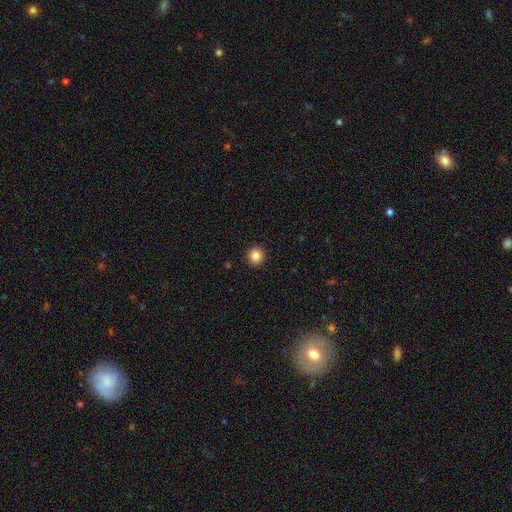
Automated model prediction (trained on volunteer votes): A smooth galaxy with no disk features (86%) that is round (91%).

Vote fractions:
- Smooth or featured? smooth: 86% / star or artifact: 10% / featured or disk: 4%
- How rounded? round: 91% / in between: 8% / cigar-shaped: 1%
- Merging? none: 92% / minor disturbance: 5% / major disturbance: 2% / merger: 1%